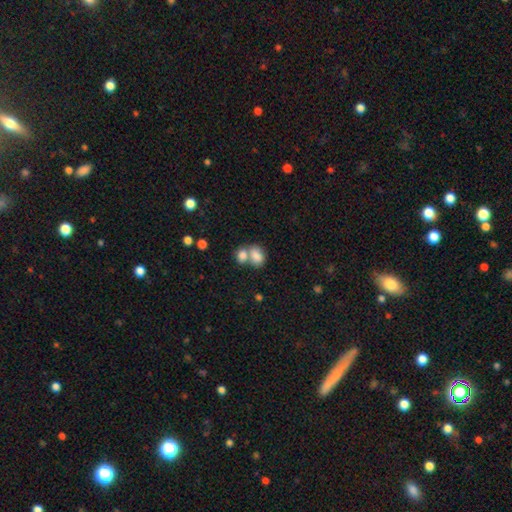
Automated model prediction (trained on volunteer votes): This is clearly a smooth galaxy (81%). How rounded: likely in between (78%). Merging: likely merger (61%).